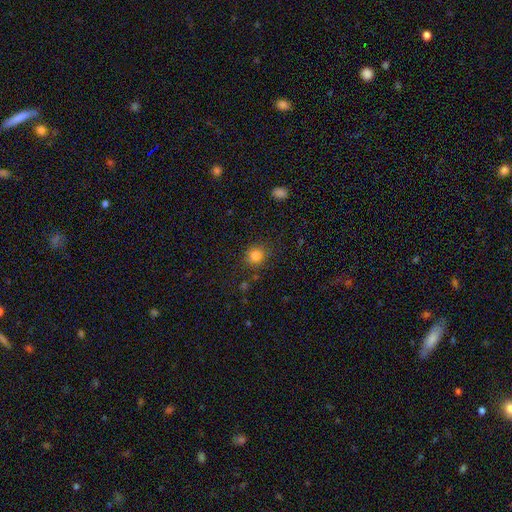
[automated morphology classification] Q: Smooth or featured?
A: smooth (82%); runner-up: star or artifact (12%)
Q: How rounded?
A: round (86%); runner-up: in between (13%)
Q: Merging?
A: none (84%); runner-up: minor disturbance (10%)